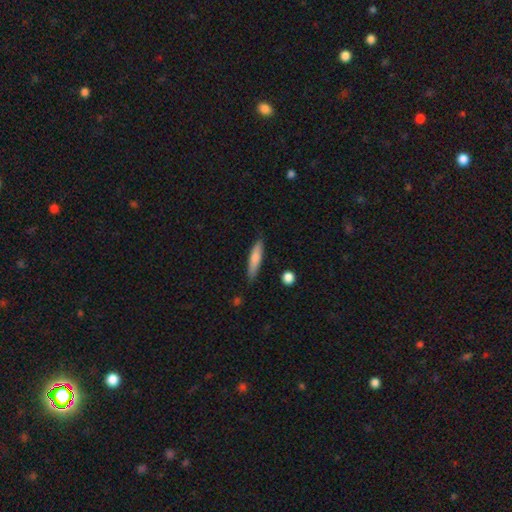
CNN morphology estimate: Overall: smooth (76%). How rounded: cigar-shaped (81%). Merging: none (84%).